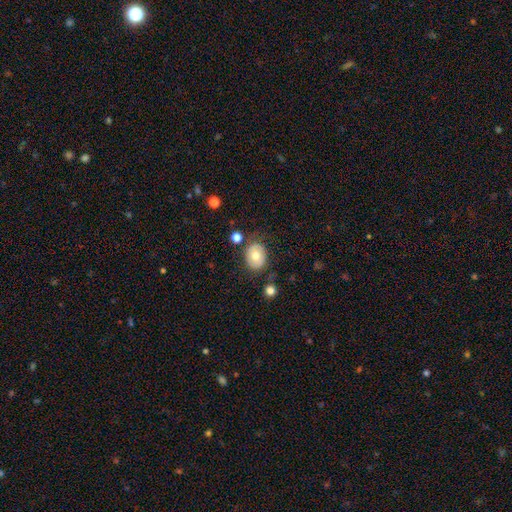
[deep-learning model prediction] A smooth galaxy with no disk features (65%) that is in between round and cigar-shaped (52%).

Vote fractions:
- Smooth or featured? smooth: 65% / featured or disk: 26% / star or artifact: 8%
- How rounded? in between: 52% / round: 47% / cigar-shaped: 1%
- Merging? none: 71% / minor disturbance: 18% / major disturbance: 7% / merger: 4%